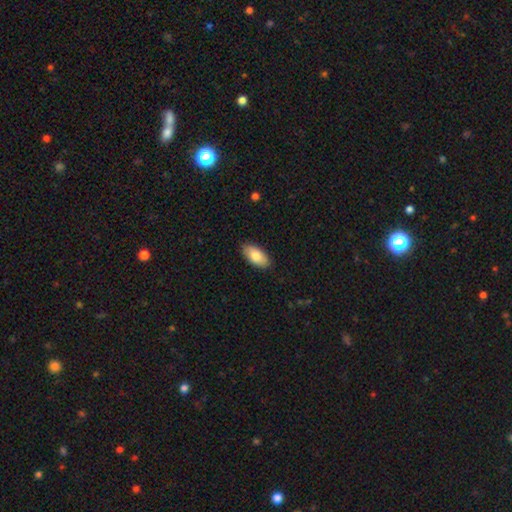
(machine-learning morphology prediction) Smooth or featured? Predicted: smooth (p=0.81). How rounded? Predicted: in between (p=0.93). Merging? Predicted: none (p=0.88).